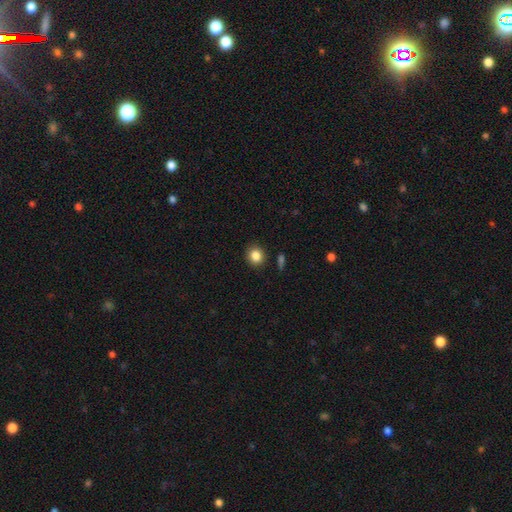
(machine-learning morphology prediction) smooth 85%, star or artifact 10%, featured or disk 5%. Down the decision tree: how rounded — round (79%); merging — none (88%).